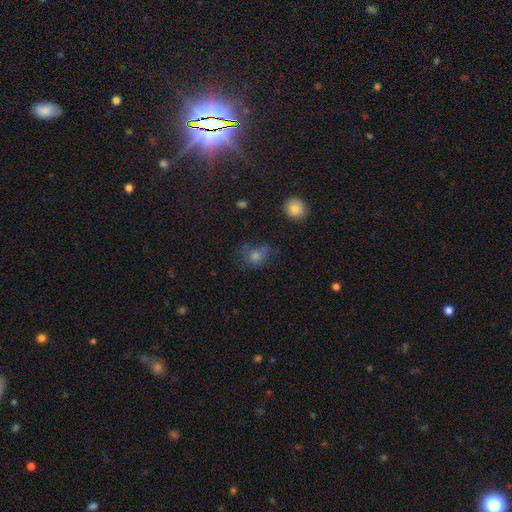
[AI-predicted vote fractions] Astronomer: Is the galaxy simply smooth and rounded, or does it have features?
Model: smooth — 59%.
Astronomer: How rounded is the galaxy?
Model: round — 66%.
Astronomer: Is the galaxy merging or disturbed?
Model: none — 58%.